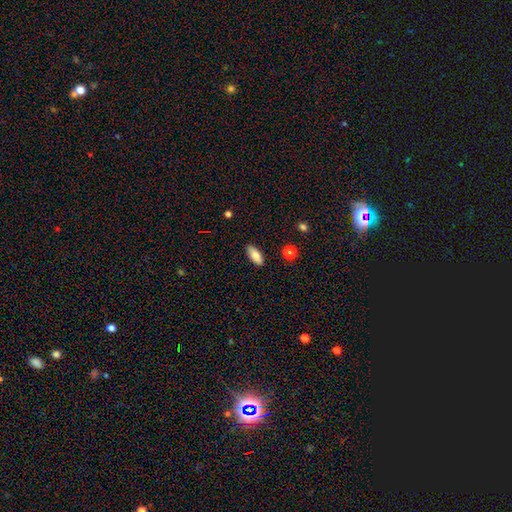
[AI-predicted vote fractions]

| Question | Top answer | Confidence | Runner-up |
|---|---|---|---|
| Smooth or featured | smooth | 78% | featured or disk (14%) |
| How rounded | in between | 80% | cigar-shaped (18%) |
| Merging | none | 88% | minor disturbance (9%) |